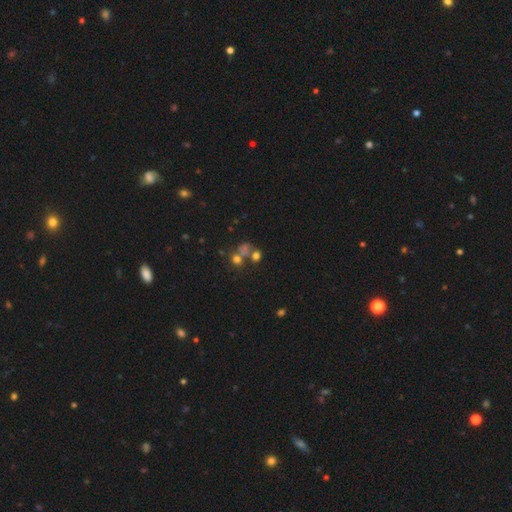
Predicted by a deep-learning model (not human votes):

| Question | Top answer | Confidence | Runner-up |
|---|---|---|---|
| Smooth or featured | smooth | 57% | star or artifact (27%) |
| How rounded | round | 72% | in between (26%) |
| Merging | merger | 41% | none (40%) |